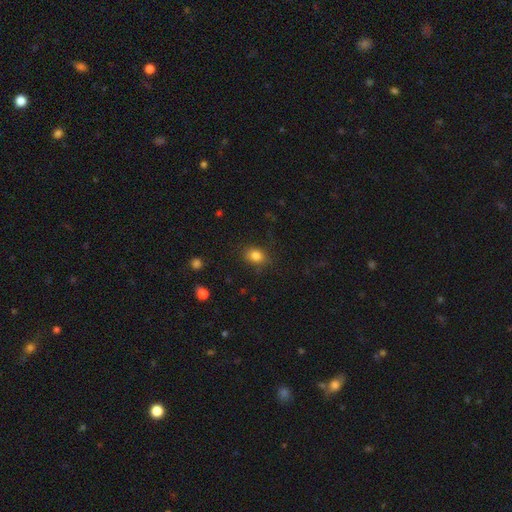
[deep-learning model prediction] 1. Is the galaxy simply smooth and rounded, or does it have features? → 83% smooth, 11% star or artifact, 6% featured or disk.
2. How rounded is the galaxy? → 56% in between, 43% round, 1% cigar-shaped.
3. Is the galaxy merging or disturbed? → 80% none, 15% minor disturbance, 4% major disturbance, 1% merger.